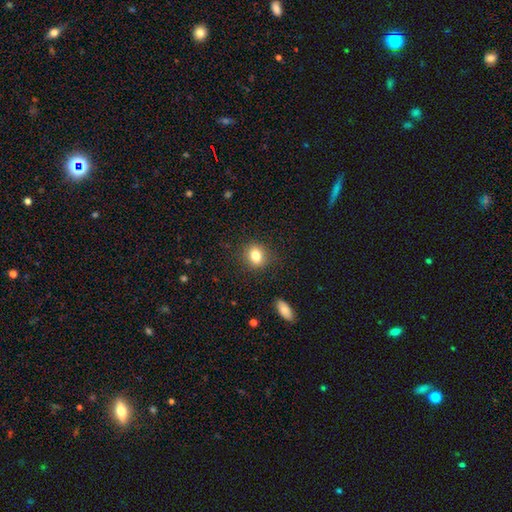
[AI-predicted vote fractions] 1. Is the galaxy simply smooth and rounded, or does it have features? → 82% smooth, 10% star or artifact, 7% featured or disk.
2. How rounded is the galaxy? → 61% round, 38% in between, 1% cigar-shaped.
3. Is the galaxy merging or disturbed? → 86% none, 9% minor disturbance, 3% major disturbance, 1% merger.